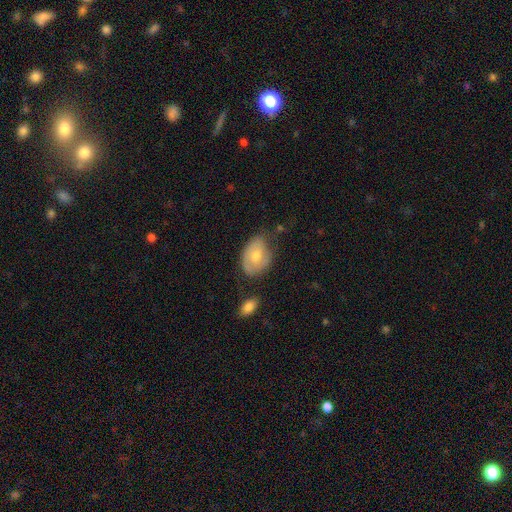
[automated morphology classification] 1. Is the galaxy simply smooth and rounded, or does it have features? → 54% smooth, 39% featured or disk, 7% star or artifact.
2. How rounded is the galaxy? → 76% in between, 23% round, 1% cigar-shaped.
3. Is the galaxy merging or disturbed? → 53% none, 33% minor disturbance, 10% major disturbance, 4% merger.